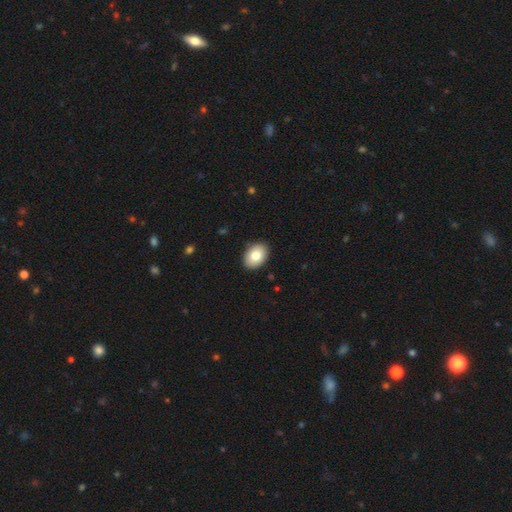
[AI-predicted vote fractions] smooth_or_featured: smooth (p=0.81) [alt: featured or disk p=0.12]
how_rounded: in between (p=0.77) [alt: round p=0.22]
merging: none (p=0.90) [alt: minor disturbance p=0.08]